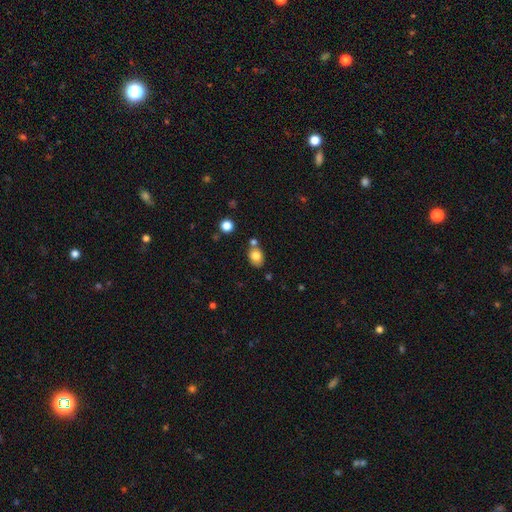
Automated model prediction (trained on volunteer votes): Smooth or featured: smooth — 80% (featured or disk — 10%)
How rounded: in between — 68% (round — 31%)
Merging: none — 65% (merger — 18%)